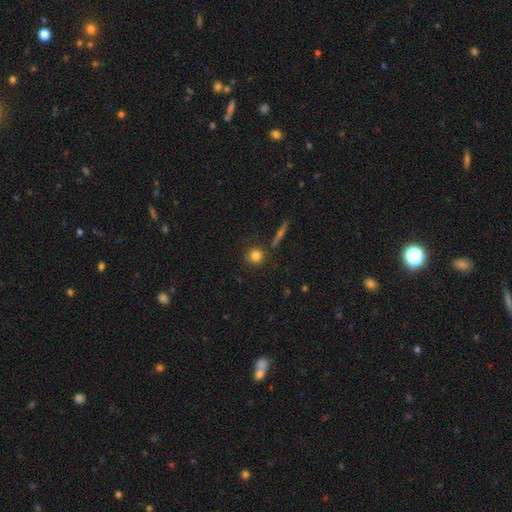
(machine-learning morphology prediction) smooth_or_featured: smooth (p=0.81) [alt: star or artifact p=0.10]
how_rounded: round (p=0.91) [alt: in between p=0.07]
merging: none (p=0.83) [alt: minor disturbance p=0.09]